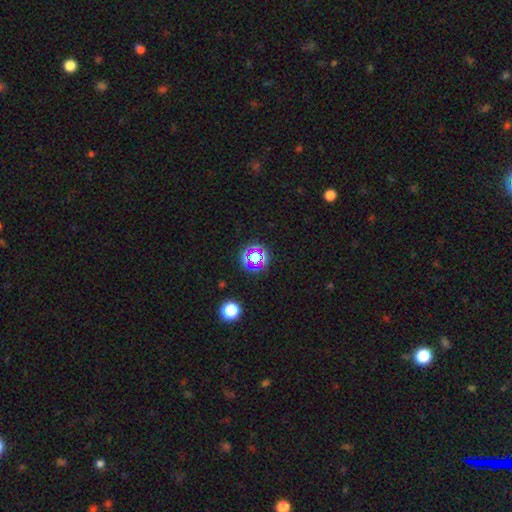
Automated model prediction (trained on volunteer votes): Morphology: type=star or artifact (62%).